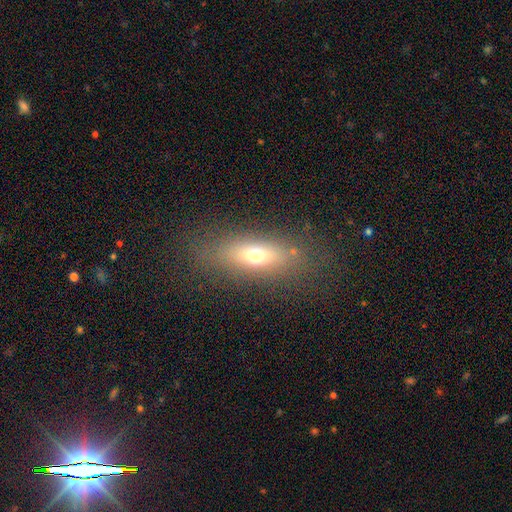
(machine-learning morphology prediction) The model was most divided on "how rounded": in between: 61%, cigar-shaped: 33%, round: 6%. More confident: merging — none (79%); smooth or featured — smooth (62%).